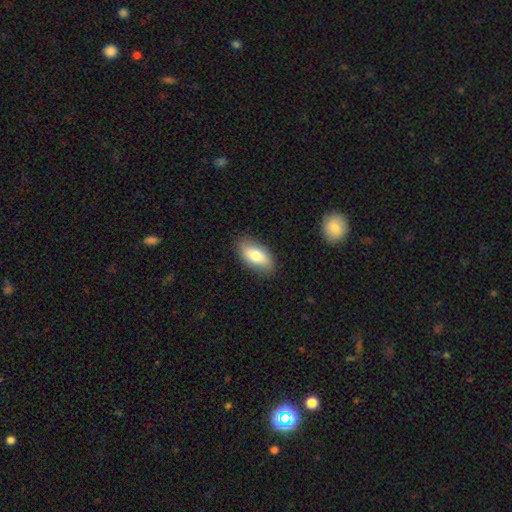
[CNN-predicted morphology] smooth 76%, featured or disk 18%, star or artifact 6%. Down the decision tree: how rounded — in between (91%); merging — none (86%).